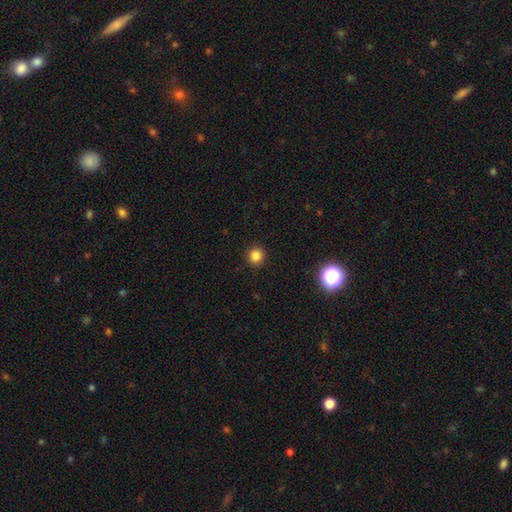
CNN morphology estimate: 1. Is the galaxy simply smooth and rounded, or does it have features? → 83% smooth, 13% star or artifact, 4% featured or disk.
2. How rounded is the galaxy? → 94% round, 5% in between, 1% cigar-shaped.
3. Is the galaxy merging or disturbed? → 92% none, 5% minor disturbance, 2% major disturbance, 1% merger.